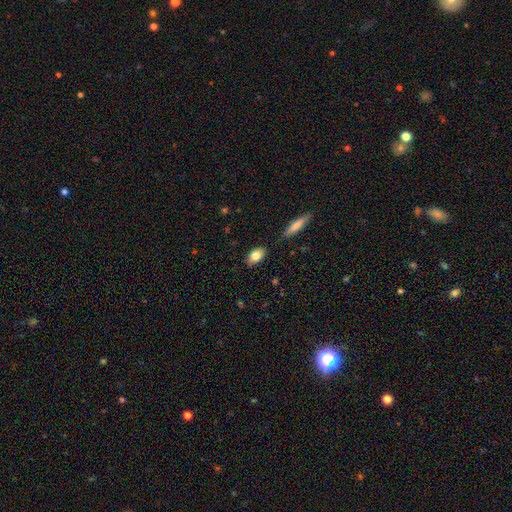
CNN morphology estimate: smooth 80%, featured or disk 13%, star or artifact 7%. Down the decision tree: how rounded — in between (90%); merging — none (83%).